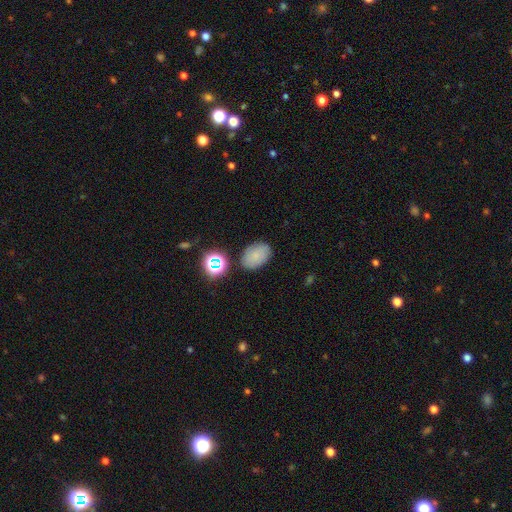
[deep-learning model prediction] Morphology: type=smooth (77%); roundness=in between (83%); merging=none (80%).